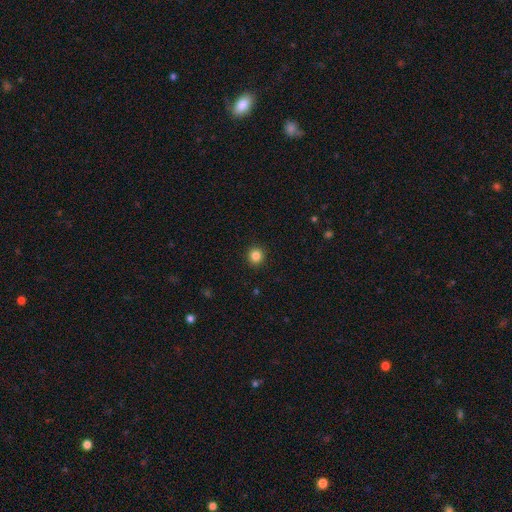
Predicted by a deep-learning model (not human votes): A smooth galaxy with no disk features (85%) that is round (93%).

Vote fractions:
- Smooth or featured? smooth: 85% / star or artifact: 11% / featured or disk: 4%
- How rounded? round: 93% / in between: 6% / cigar-shaped: 1%
- Merging? none: 93% / minor disturbance: 5% / major disturbance: 2% / merger: 1%